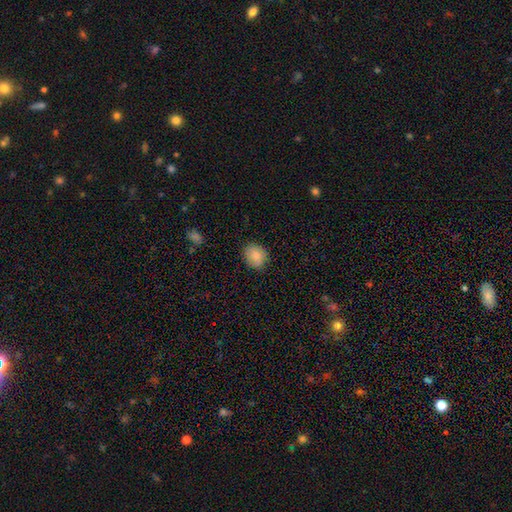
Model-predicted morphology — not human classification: smooth_or_featured: smooth (p=0.87) [alt: star or artifact p=0.08]
how_rounded: round (p=0.65) [alt: in between p=0.34]
merging: none (p=0.84) [alt: minor disturbance p=0.12]